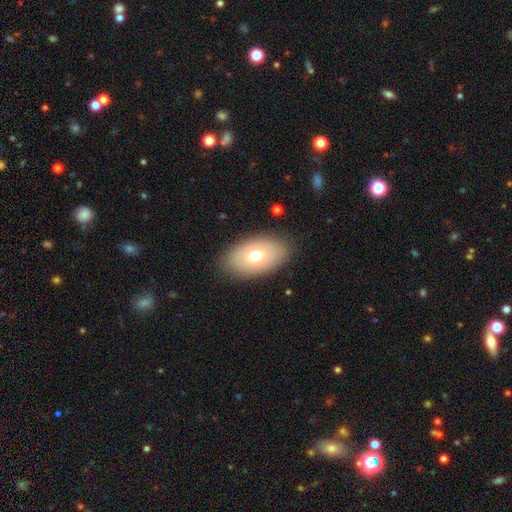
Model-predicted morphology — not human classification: smooth_or_featured: smooth (p=0.69) [alt: featured or disk p=0.22]
how_rounded: in between (p=0.92) [alt: round p=0.07]
merging: none (p=0.85) [alt: minor disturbance p=0.10]